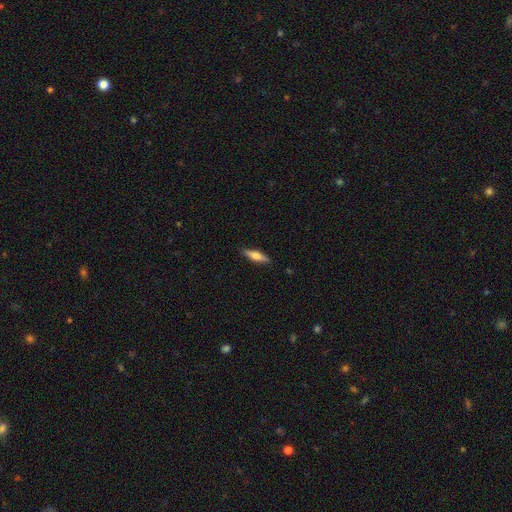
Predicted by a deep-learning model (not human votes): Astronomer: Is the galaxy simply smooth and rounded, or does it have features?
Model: smooth — 60%.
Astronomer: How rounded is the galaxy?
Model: cigar-shaped — 68%.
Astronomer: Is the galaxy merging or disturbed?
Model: none — 87%.